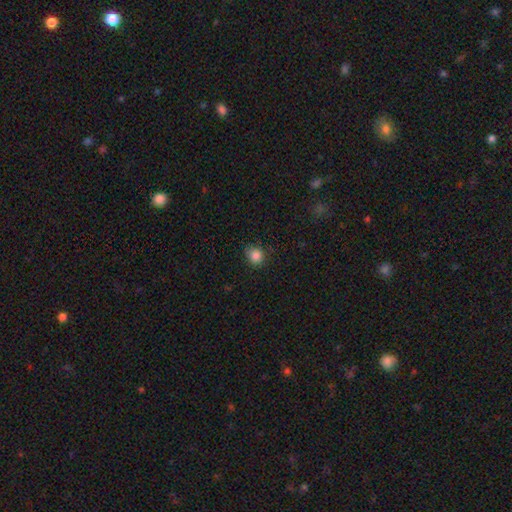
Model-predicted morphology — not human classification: type=smooth (85%); roundness=round (86%); merging=none (82%).